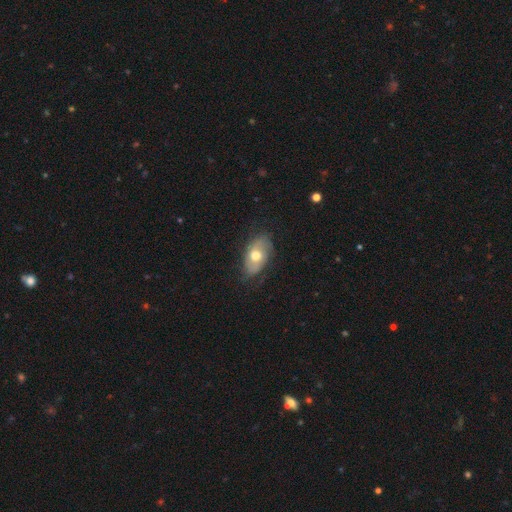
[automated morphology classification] Q: Smooth or featured?
A: smooth (52%); runner-up: featured or disk (41%)
Q: How rounded?
A: in between (89%); runner-up: round (8%)
Q: Merging?
A: none (70%); runner-up: minor disturbance (22%)